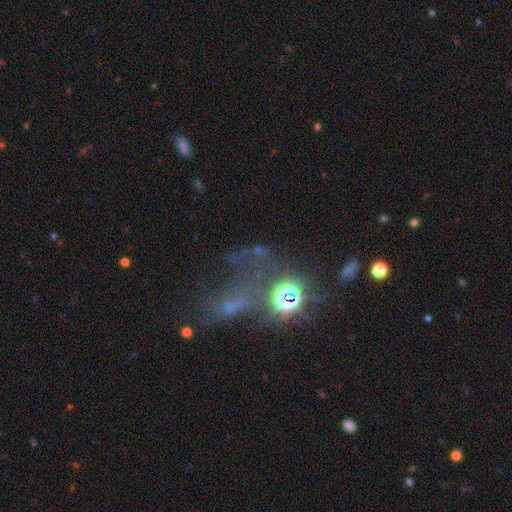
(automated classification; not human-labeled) smooth-or-featured: star or artifact: 53% | smooth: 25% | featured or disk: 22%